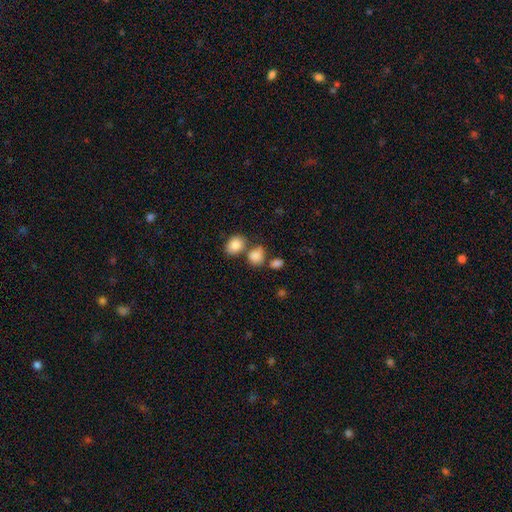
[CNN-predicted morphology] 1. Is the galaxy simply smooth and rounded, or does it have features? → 85% smooth, 9% star or artifact, 6% featured or disk.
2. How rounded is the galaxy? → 51% in between, 47% round, 1% cigar-shaped.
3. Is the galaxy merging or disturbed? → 50% none, 32% merger, 13% minor disturbance, 5% major disturbance.